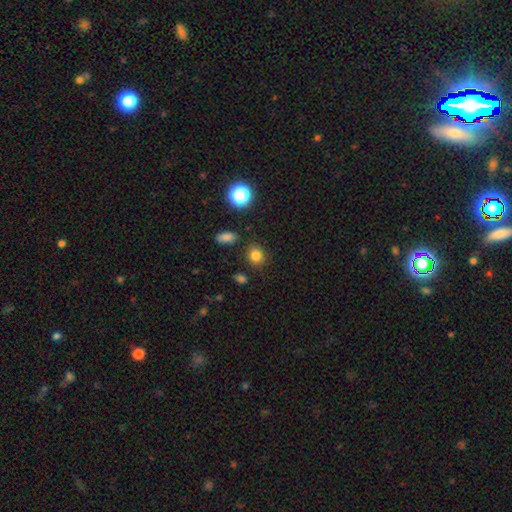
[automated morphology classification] The model was most divided on "how rounded": round: 74%, in between: 25%, cigar-shaped: 1%. More confident: merging — none (84%); smooth or featured — smooth (81%).